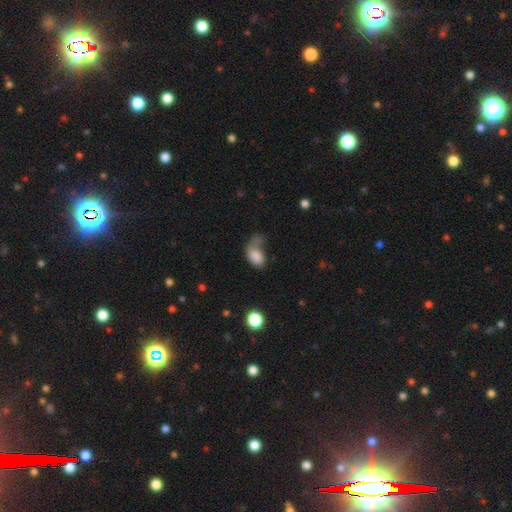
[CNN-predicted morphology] Q: Smooth or featured?
A: smooth (78%); runner-up: featured or disk (13%)
Q: How rounded?
A: in between (87%); runner-up: round (12%)
Q: Merging?
A: major disturbance (38%); runner-up: none (26%)